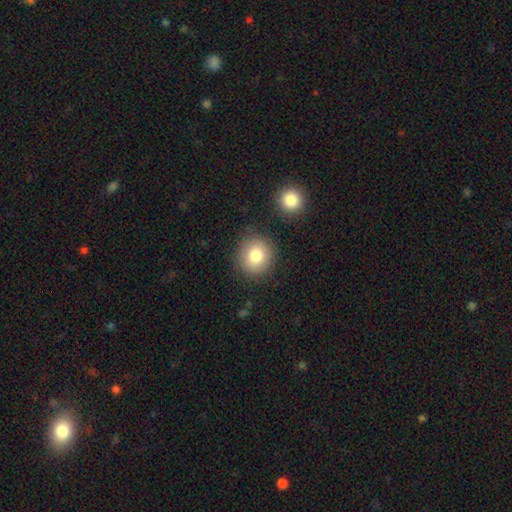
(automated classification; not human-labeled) Smooth or featured? smooth (81%)
How rounded? round (89%)
Merging? none (84%)